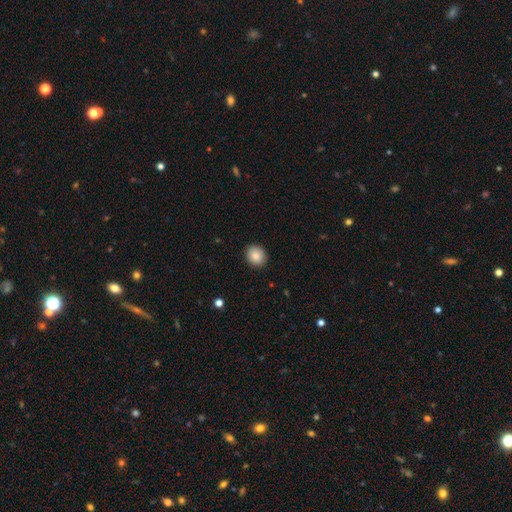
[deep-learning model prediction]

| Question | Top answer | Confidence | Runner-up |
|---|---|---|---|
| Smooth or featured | smooth | 87% | star or artifact (8%) |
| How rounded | round | 78% | in between (21%) |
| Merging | none | 91% | minor disturbance (7%) |